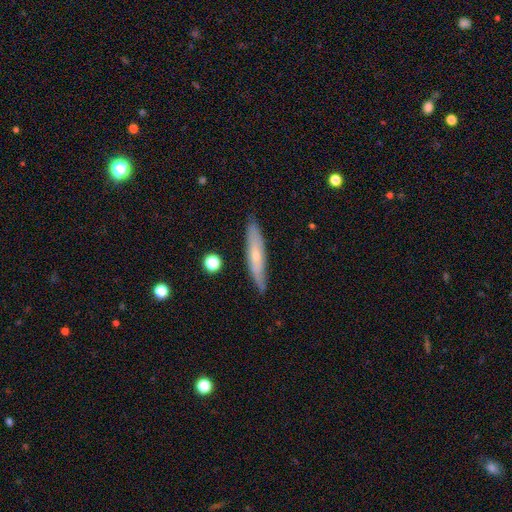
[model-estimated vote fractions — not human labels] smooth_or_featured: featured or disk (p=0.51) [alt: smooth p=0.43]
disk_edge_on: yes (p=0.71) [alt: no p=0.29]
merging: none (p=0.83) [alt: minor disturbance p=0.13]